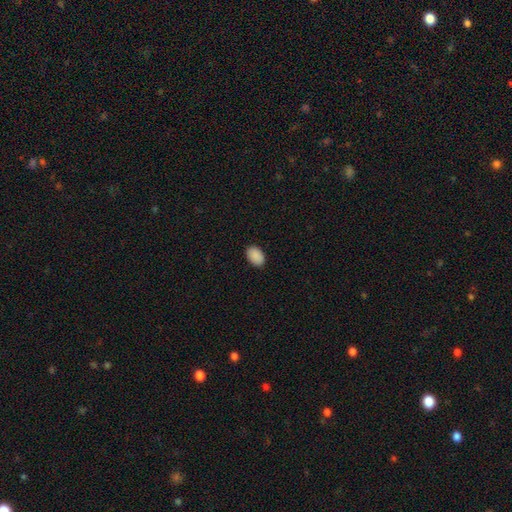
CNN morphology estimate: The model was most divided on "how rounded": in between: 88%, round: 11%, cigar-shaped: 1%. More confident: smooth or featured — smooth (90%); merging — none (89%).